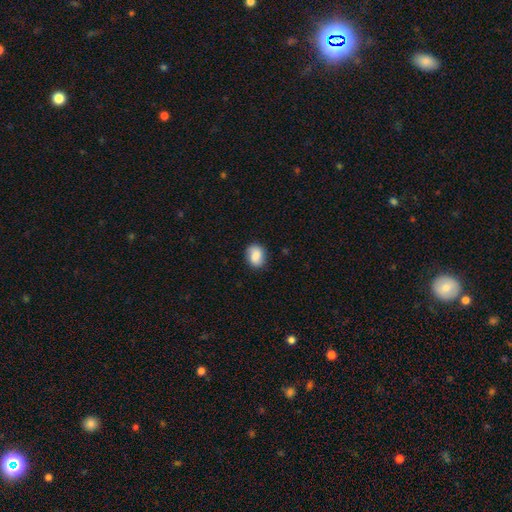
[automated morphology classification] Smooth or featured? Predicted: smooth (p=0.82). How rounded? Predicted: in between (p=0.59). Merging? Predicted: none (p=0.82).